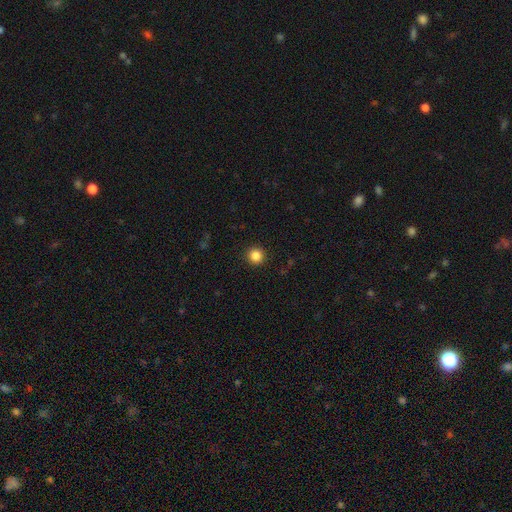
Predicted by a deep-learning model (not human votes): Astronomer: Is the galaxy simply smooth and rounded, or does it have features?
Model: smooth — 85%.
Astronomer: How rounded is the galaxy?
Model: round — 95%.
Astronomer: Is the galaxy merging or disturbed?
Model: none — 93%.